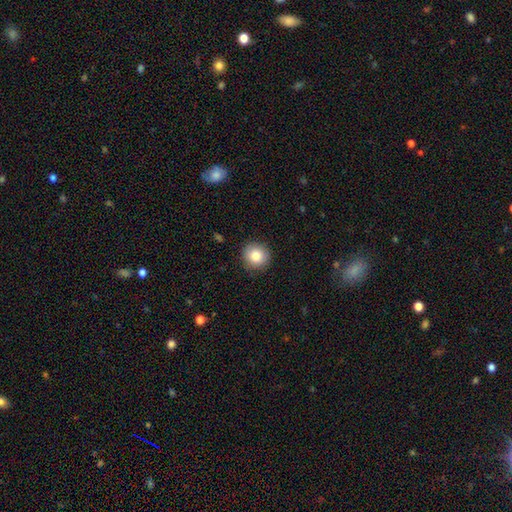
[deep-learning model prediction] Smooth or featured? smooth (83%)
How rounded? round (93%)
Merging? none (90%)